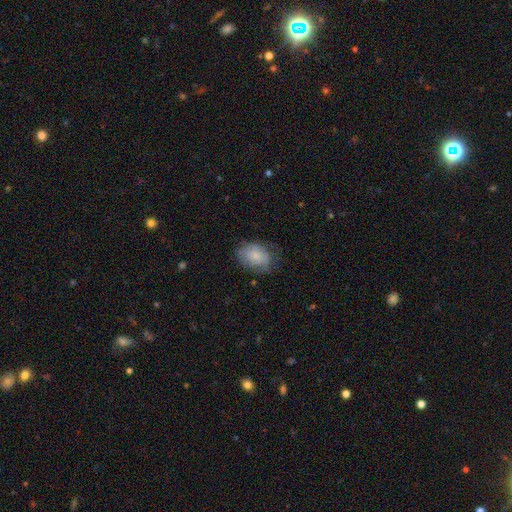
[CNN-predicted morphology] smooth_or_featured: smooth (p=0.70) [alt: featured or disk p=0.23]
how_rounded: in between (p=0.76) [alt: round p=0.23]
merging: none (p=0.61) [alt: minor disturbance p=0.28]